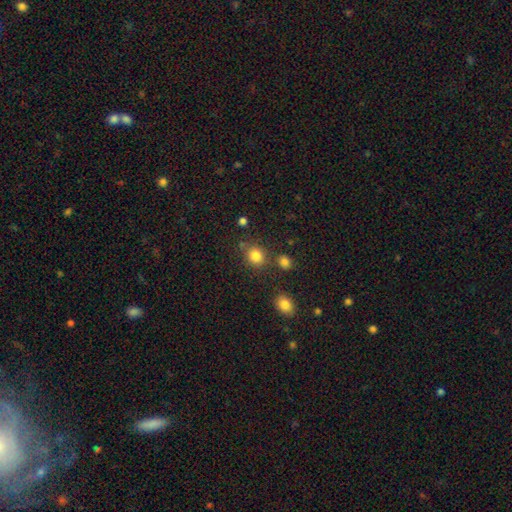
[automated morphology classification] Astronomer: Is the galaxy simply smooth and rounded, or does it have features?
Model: smooth — 83%.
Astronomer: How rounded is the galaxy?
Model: round — 77%.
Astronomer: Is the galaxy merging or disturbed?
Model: none — 75%.